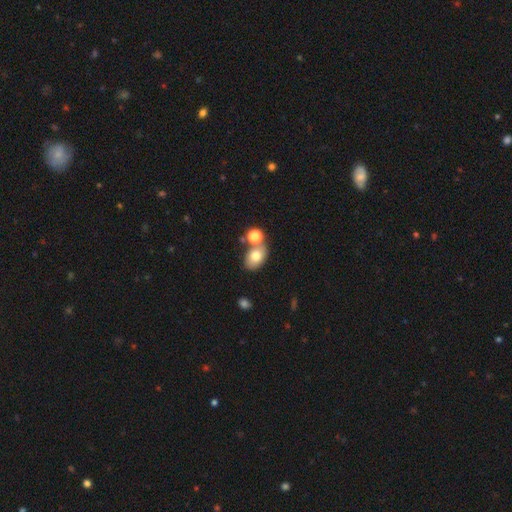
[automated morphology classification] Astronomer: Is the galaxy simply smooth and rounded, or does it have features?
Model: smooth — 74%.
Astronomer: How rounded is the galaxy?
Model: in between — 76%.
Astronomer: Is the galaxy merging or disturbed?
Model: none — 52% (runner-up: merger, 31%).